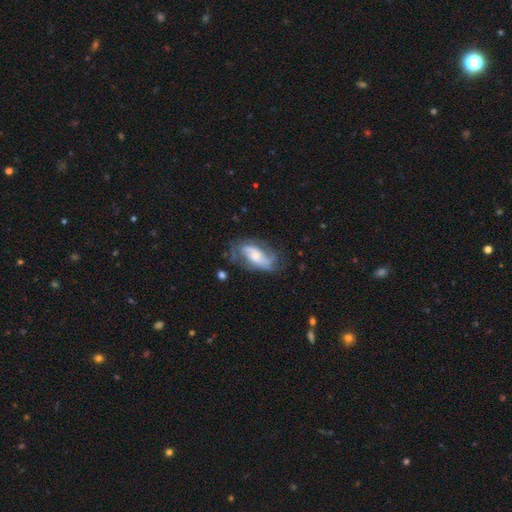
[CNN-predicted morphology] A featured or disk galaxy (68%) with no bar (53%), 2 (62%) medium (43%) spiral arms (84%) and a moderate central bulge (45%).

Vote fractions:
- Smooth or featured? featured or disk: 68% / smooth: 25% / star or artifact: 7%
- Edge-on disk? no: 93% / yes: 7%
- Bar? no: 53% / weak: 33% / strong: 14%
- Spiral arms? yes: 84% / no: 16%
- Spiral winding? medium: 43% / loose: 31% / tight: 27%
- Spiral arm count? 2: 62% / can't tell: 22% / 3: 7% / 1: 5% / 4: 2% / more than 4: 2%
- Bulge size? moderate: 45% / small: 38% / large: 11% / none: 5% / dominant: 2%
- Merging? none: 58% / minor disturbance: 24% / major disturbance: 16% / merger: 2%